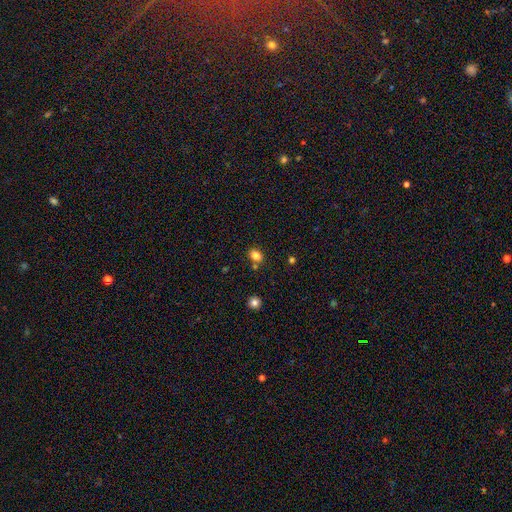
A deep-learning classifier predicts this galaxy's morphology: This is clearly a smooth galaxy (83%). How rounded: likely in between (63%). Merging: likely none (75%).